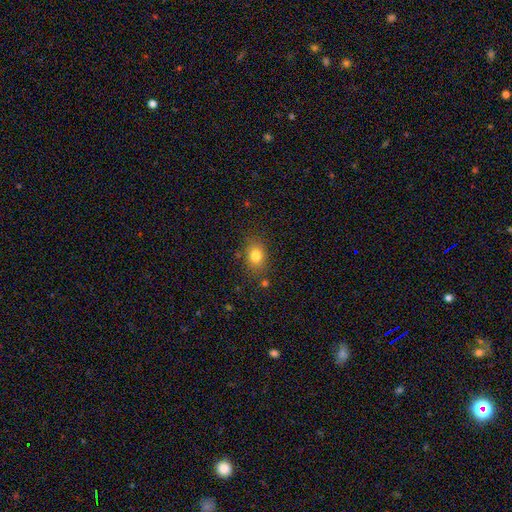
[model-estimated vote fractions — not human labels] smooth-or-featured: smooth: 80% | star or artifact: 12% | featured or disk: 8%
  how-rounded: in between: 54% | round: 44% | cigar-shaped: 1%
  merging: none: 80% | minor disturbance: 13% | major disturbance: 4% | merger: 3%